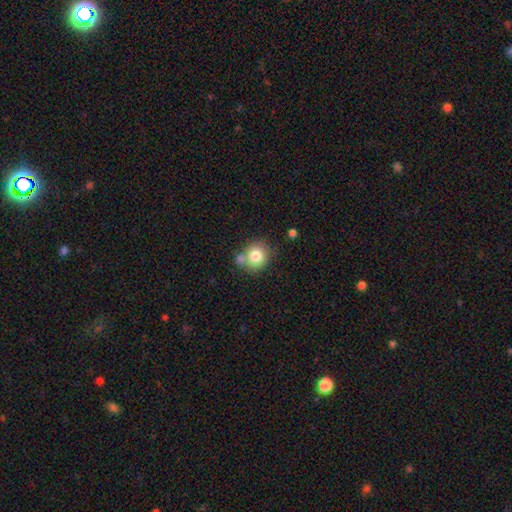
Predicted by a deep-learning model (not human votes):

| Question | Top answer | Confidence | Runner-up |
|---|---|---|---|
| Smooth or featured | smooth | 78% | featured or disk (12%) |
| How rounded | round | 80% | in between (19%) |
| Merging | none | 62% | merger (21%) |